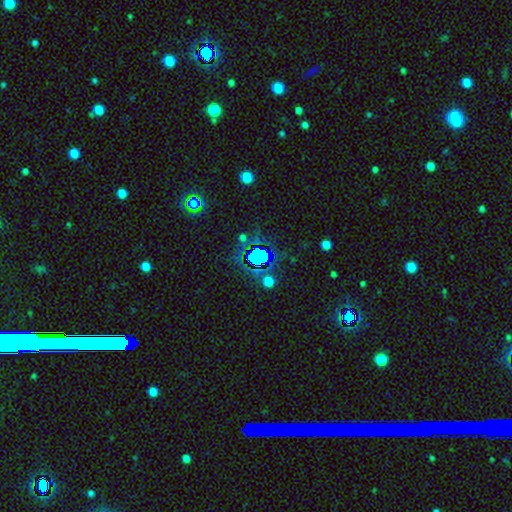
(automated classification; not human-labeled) smooth-or-featured: star or artifact: 61% | smooth: 27% | featured or disk: 12%